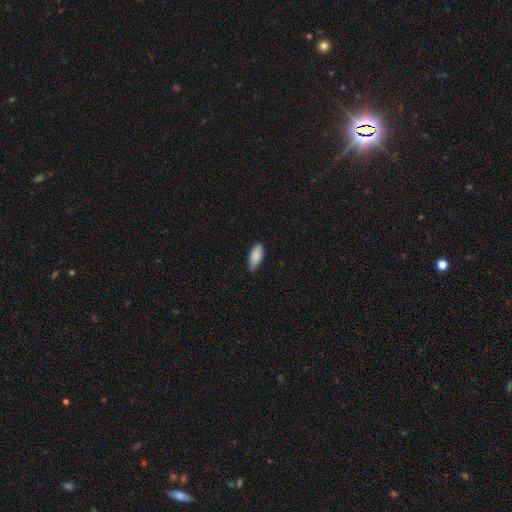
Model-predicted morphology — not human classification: smooth 87%, featured or disk 7%, star or artifact 6%. Down the decision tree: how rounded — in between (83%); merging — none (77%).